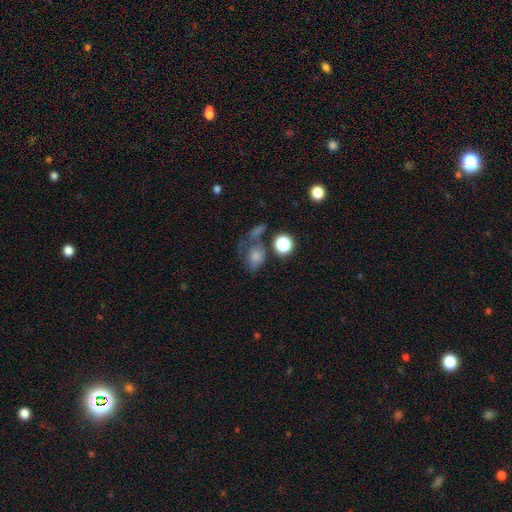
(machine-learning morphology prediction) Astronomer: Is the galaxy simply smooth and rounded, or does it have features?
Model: smooth — 65%.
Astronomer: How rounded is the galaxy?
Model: in between — 50% (runner-up: round, 49%).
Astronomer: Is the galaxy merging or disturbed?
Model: none — 31% (runner-up: major disturbance, 28%).